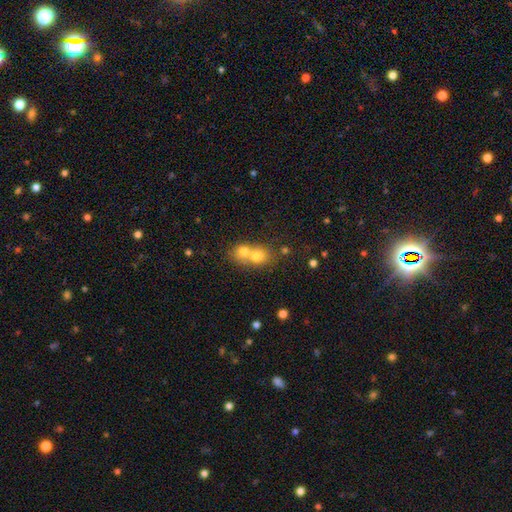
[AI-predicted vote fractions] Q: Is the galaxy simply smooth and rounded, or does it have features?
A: smooth — 69%.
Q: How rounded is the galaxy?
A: round — 66%.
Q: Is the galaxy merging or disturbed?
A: merger — 68%.